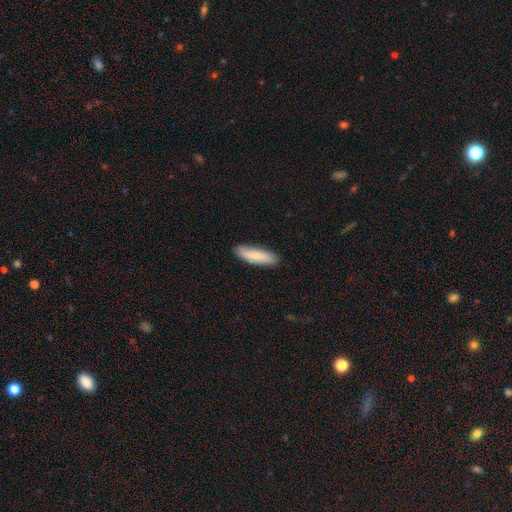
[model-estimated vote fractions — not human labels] A smooth galaxy with no disk features (81%) that is cigar-shaped (59%).

Vote fractions:
- Smooth or featured? smooth: 81% / featured or disk: 14% / star or artifact: 6%
- How rounded? cigar-shaped: 59% / in between: 39% / round: 2%
- Merging? none: 84% / minor disturbance: 13% / major disturbance: 2% / merger: 1%